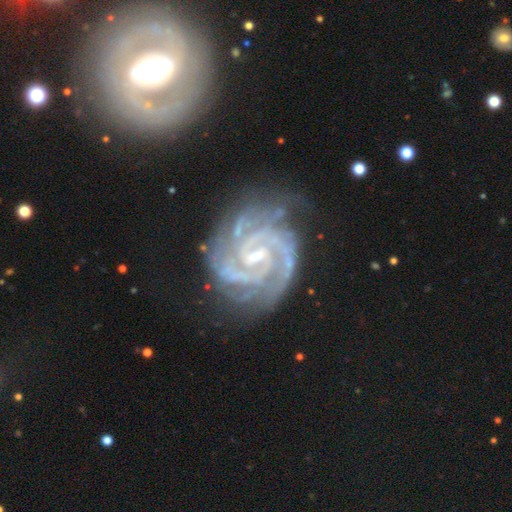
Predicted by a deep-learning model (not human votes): featured or disk 93%, star or artifact 5%, smooth 2%. Down the decision tree: edge-on disk — no (98%); bar — no (38%, tied with weak); spiral arms — yes (99%); spiral arm count — 3 (32%); spiral winding — tight (74%); bulge size — small (74%); merging — none (72%).